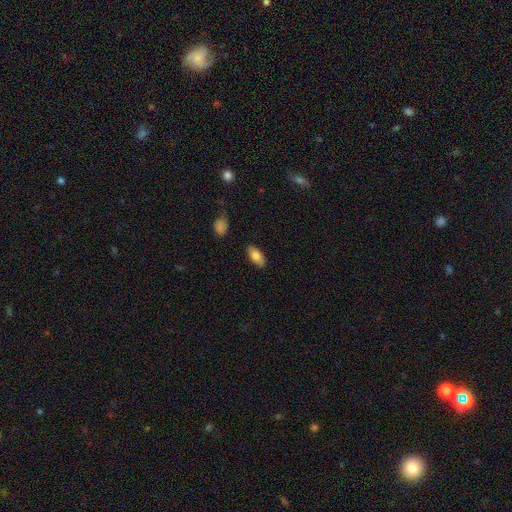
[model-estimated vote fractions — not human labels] This is clearly a smooth galaxy (81%). How rounded: clearly in between (90%). Merging: clearly none (86%).